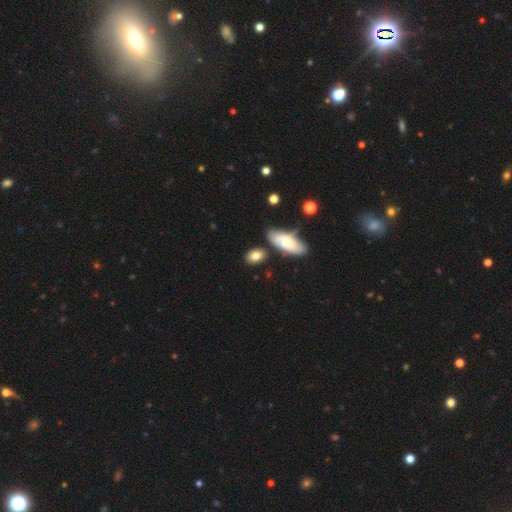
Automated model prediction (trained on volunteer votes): Q: Smooth or featured?
A: smooth (81%); runner-up: featured or disk (11%)
Q: How rounded?
A: in between (78%); runner-up: round (17%)
Q: Merging?
A: none (75%); runner-up: minor disturbance (14%)